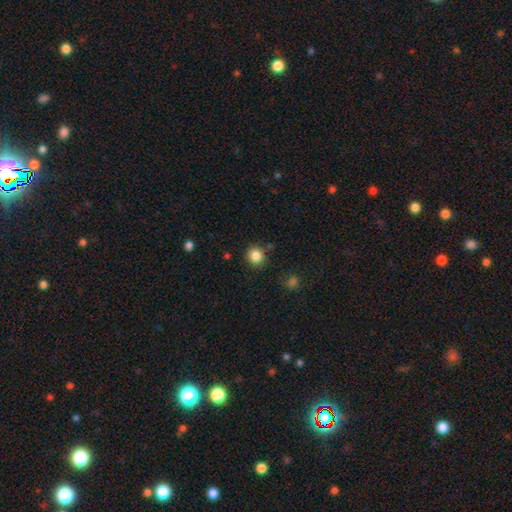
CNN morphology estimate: Overall: smooth (85%). How rounded: round (91%). Merging: none (87%).